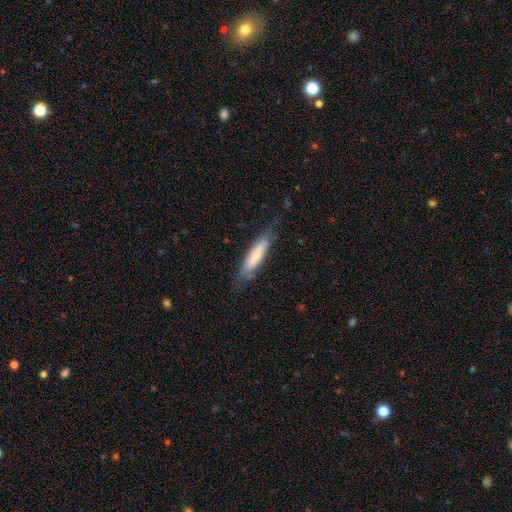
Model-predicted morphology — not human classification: Smooth or featured: smooth — 67% (featured or disk — 27%)
How rounded: cigar-shaped — 78% (in between — 21%)
Merging: none — 70% (minor disturbance — 22%)